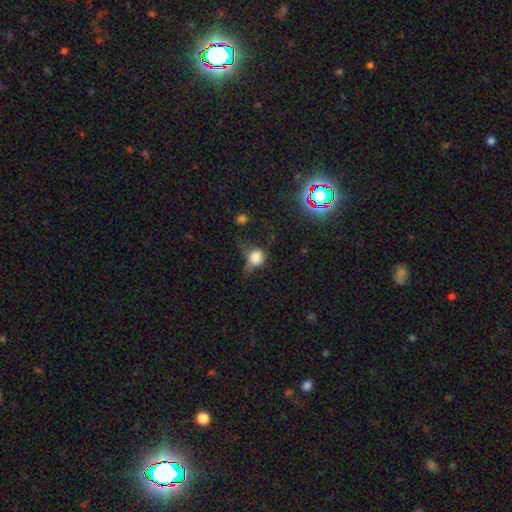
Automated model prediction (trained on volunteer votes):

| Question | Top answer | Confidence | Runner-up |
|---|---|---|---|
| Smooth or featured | smooth | 64% | featured or disk (21%) |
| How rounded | round | 53% | in between (44%) |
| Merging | major disturbance | 43% | none (26%) |